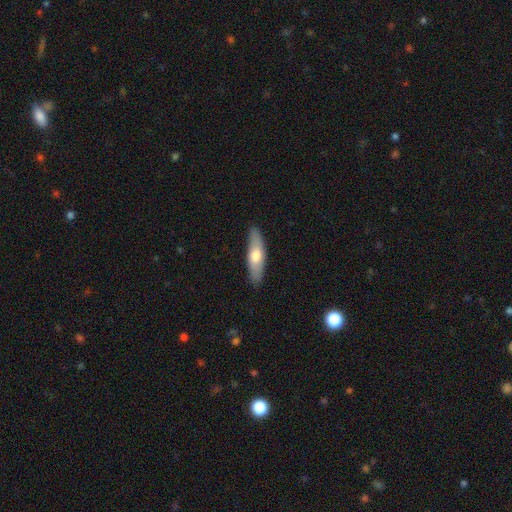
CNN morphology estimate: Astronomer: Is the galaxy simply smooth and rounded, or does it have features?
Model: smooth — 63%.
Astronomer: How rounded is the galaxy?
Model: cigar-shaped — 53% (runner-up: in between, 45%).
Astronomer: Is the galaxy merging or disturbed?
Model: none — 87%.